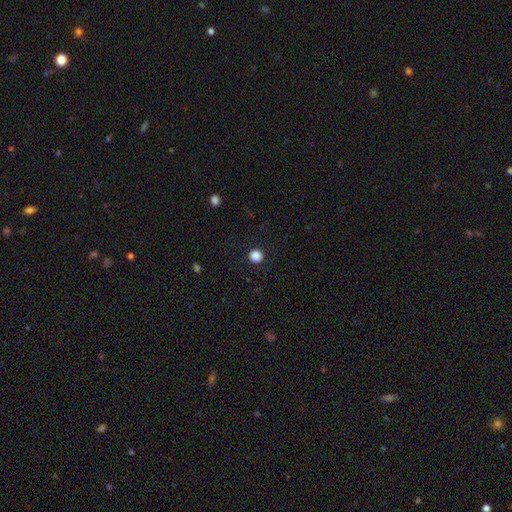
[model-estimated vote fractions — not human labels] smooth_or_featured: smooth (p=0.87) [alt: star or artifact p=0.11]
how_rounded: round (p=0.94) [alt: in between p=0.05]
merging: none (p=0.92) [alt: minor disturbance p=0.05]